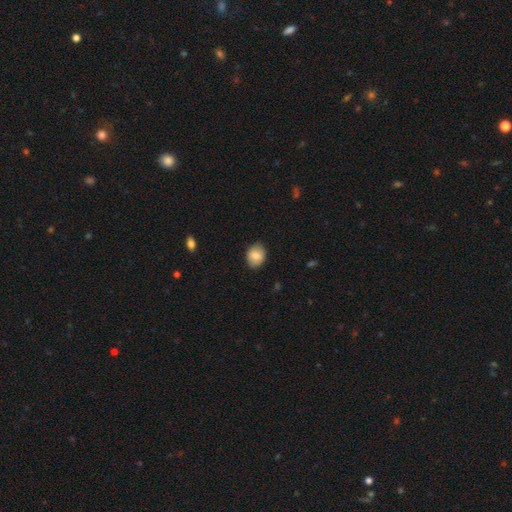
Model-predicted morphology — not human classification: Overall: smooth (82%). How rounded: in between (58%; round 41%). Merging: none (86%).